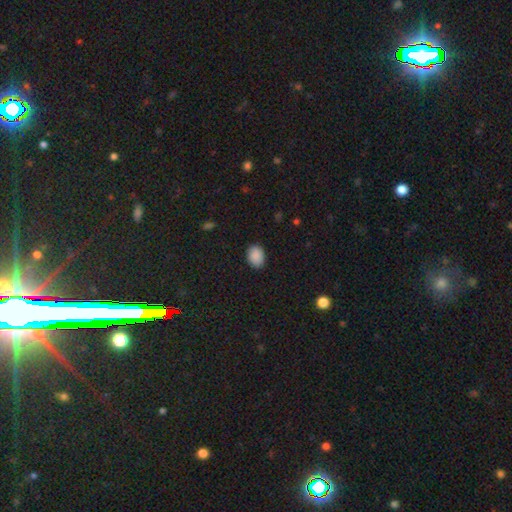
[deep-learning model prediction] The model was most divided on "how rounded": in between: 69%, round: 30%, cigar-shaped: 1%. More confident: smooth or featured — smooth (89%); merging — none (87%).